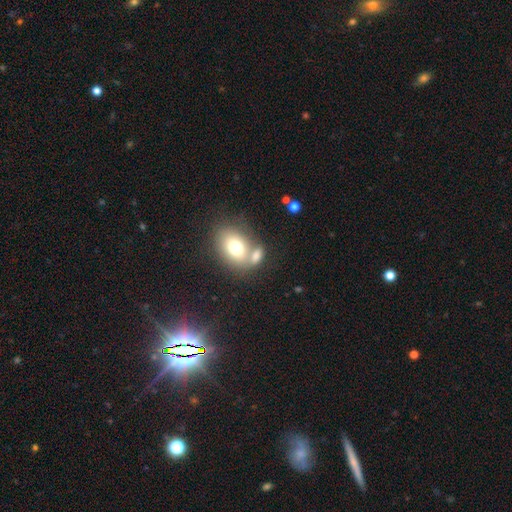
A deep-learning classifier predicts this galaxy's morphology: A smooth galaxy with no disk features (73%) that is in between round and cigar-shaped (74%).

Vote fractions:
- Smooth or featured? smooth: 73% / featured or disk: 17% / star or artifact: 9%
- How rounded? in between: 74% / round: 24% / cigar-shaped: 2%
- Merging? merger: 45% / none: 39% / minor disturbance: 11% / major disturbance: 5%